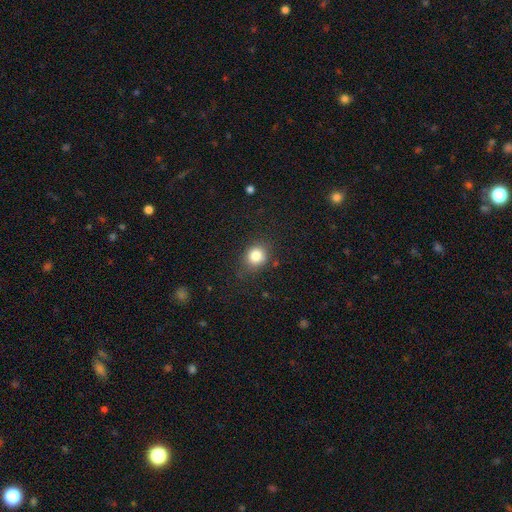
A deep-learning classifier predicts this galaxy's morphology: smooth-or-featured: smooth: 84% | star or artifact: 10% | featured or disk: 6%
  how-rounded: round: 73% | in between: 26% | cigar-shaped: 1%
  merging: none: 77% | minor disturbance: 16% | major disturbance: 5% | merger: 2%